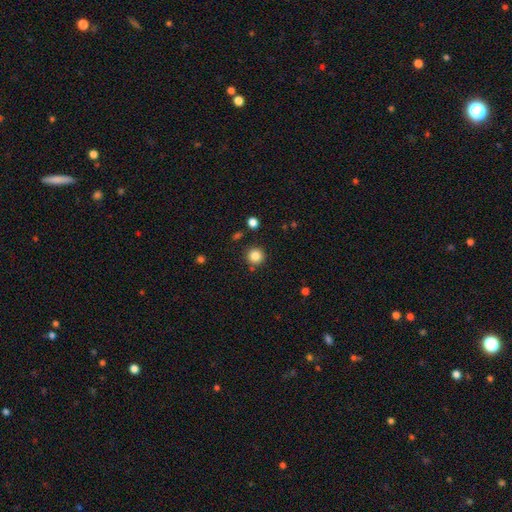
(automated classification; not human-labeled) Morphology: type=smooth (84%); roundness=round (95%); merging=none (88%).